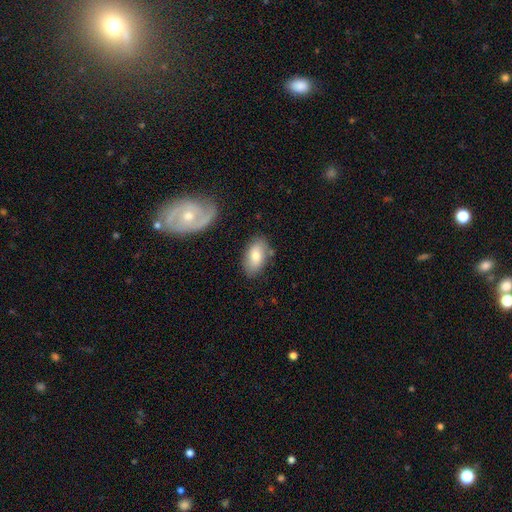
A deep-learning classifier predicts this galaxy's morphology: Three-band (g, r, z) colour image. It shows a smooth galaxy with no disk features (75%) that is in between round and cigar-shaped (93%). Merging: none (75%).